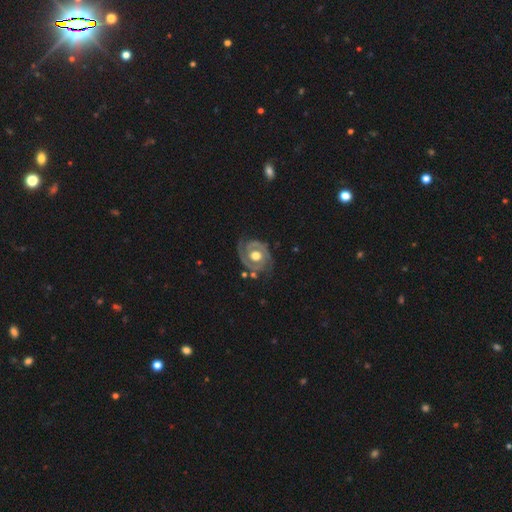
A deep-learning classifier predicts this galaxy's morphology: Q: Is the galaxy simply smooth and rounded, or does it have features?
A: featured or disk — 89%.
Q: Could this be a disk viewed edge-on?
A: no — 98%.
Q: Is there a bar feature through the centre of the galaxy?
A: no — 67%.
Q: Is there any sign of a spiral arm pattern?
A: yes — 95%.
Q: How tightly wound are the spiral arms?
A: tight — 62%.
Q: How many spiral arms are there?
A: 2 — 90%.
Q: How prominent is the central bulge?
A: moderate — 69%.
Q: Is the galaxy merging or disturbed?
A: none — 75%.